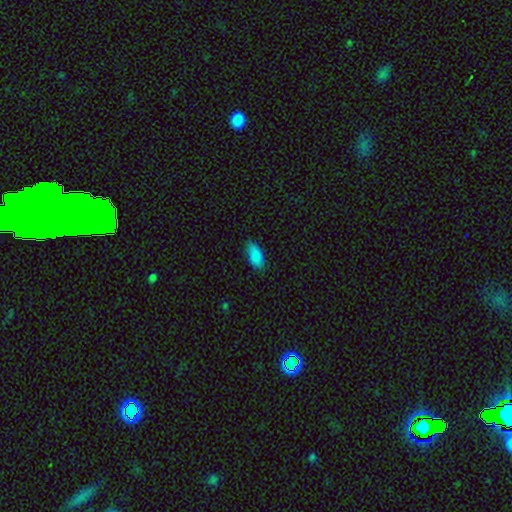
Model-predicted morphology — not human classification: Overall: smooth (87%). How rounded: in between (90%). Merging: none (73%).